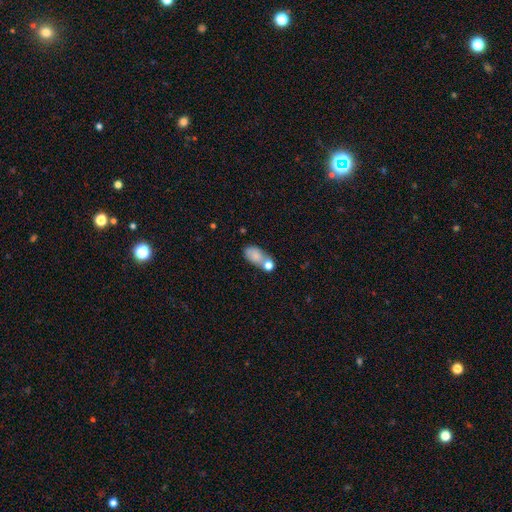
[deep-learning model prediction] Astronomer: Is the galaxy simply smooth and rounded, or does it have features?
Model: smooth — 76%.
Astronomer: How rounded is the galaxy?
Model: in between — 85%.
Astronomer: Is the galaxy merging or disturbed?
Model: merger — 37% (runner-up: none, 36%).